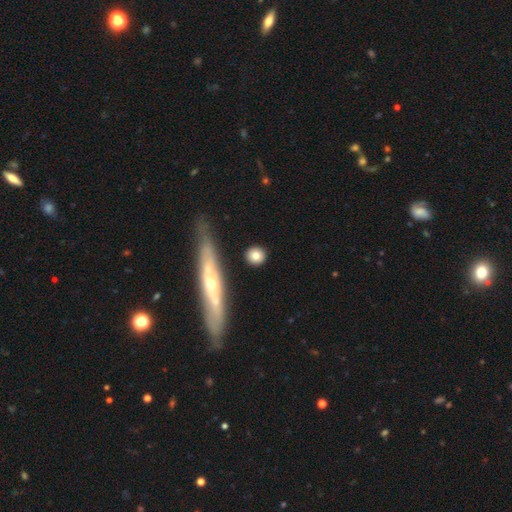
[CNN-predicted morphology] smooth-or-featured: smooth: 78% | featured or disk: 15% | star or artifact: 7%
  how-rounded: round: 85% | in between: 11% | cigar-shaped: 4%
  merging: none: 86% | minor disturbance: 7% | merger: 4% | major disturbance: 3%